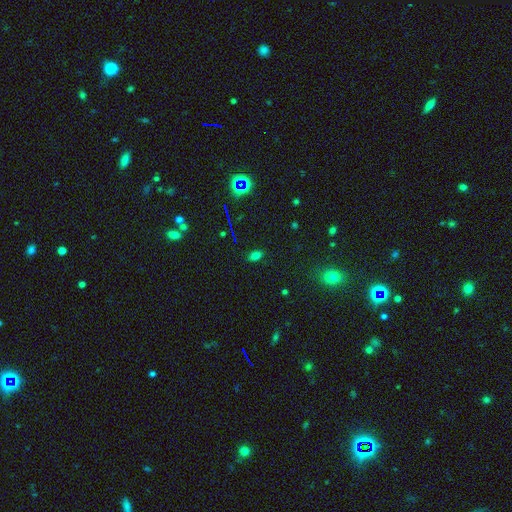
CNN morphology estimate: smooth-or-featured: smooth: 69% | star or artifact: 23% | featured or disk: 7%
  how-rounded: in between: 87% | round: 9% | cigar-shaped: 4%
  merging: none: 86% | minor disturbance: 10% | major disturbance: 3% | merger: 1%